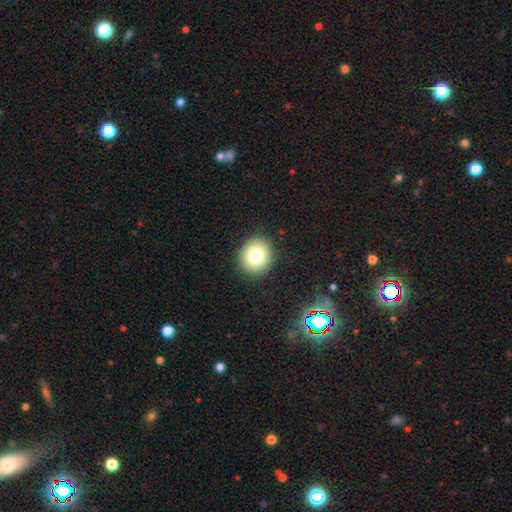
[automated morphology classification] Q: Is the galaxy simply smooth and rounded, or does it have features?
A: smooth — 81%.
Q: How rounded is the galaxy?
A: round — 85%.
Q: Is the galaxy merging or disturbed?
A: none — 91%.